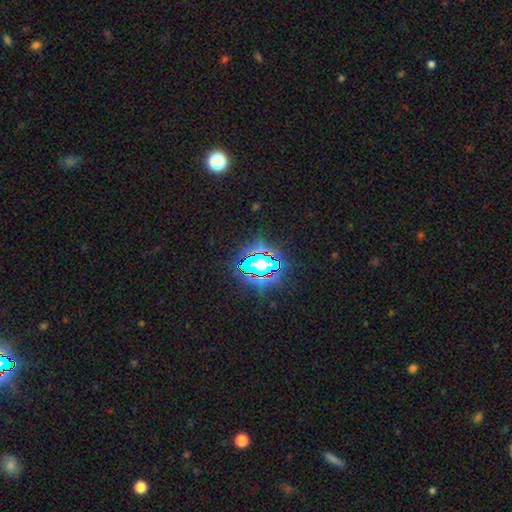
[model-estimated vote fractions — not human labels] Smooth or featured? Predicted: star or artifact (p=0.71).